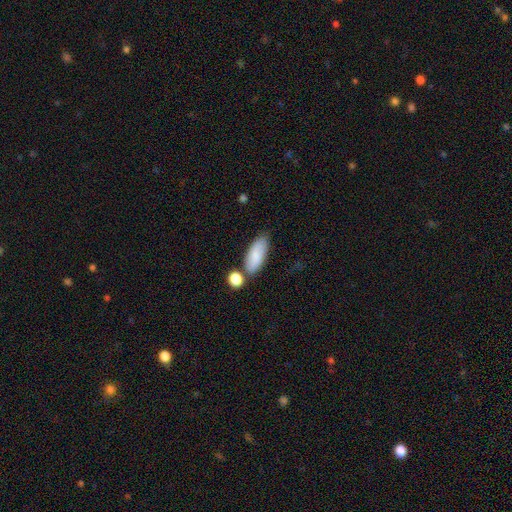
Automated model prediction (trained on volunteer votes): Smooth or featured? smooth (82%)
How rounded? in between (82%)
Merging? none (65%)